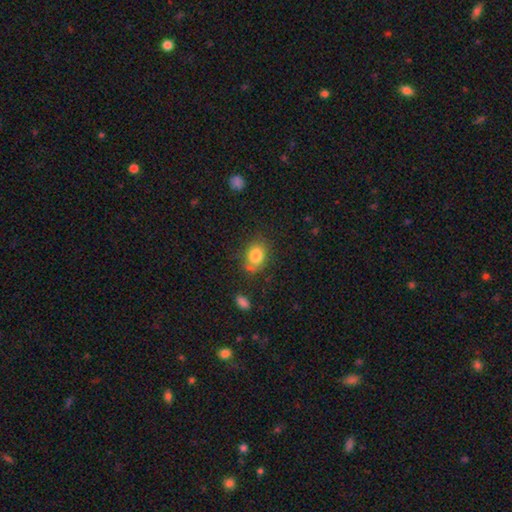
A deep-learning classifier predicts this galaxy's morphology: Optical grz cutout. It shows a smooth galaxy with no disk features (81%) that is in between round and cigar-shaped (64%). Merging: none (67%).